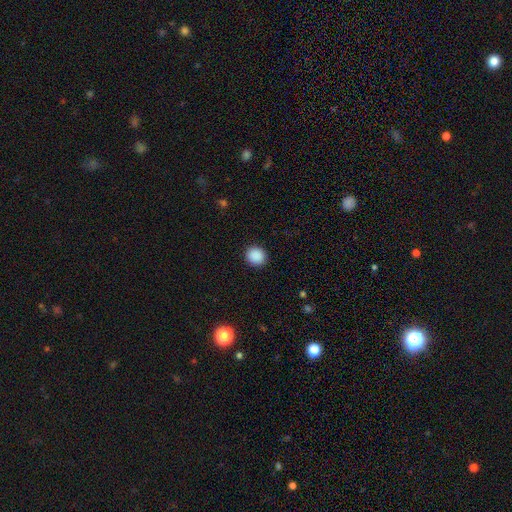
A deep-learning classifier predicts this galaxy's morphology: A smooth galaxy with no disk features (89%) that is round (89%).

Vote fractions:
- Smooth or featured? smooth: 89% / star or artifact: 9% / featured or disk: 2%
- How rounded? round: 89% / in between: 10% / cigar-shaped: 1%
- Merging? none: 92% / minor disturbance: 5% / major disturbance: 2% / merger: 1%